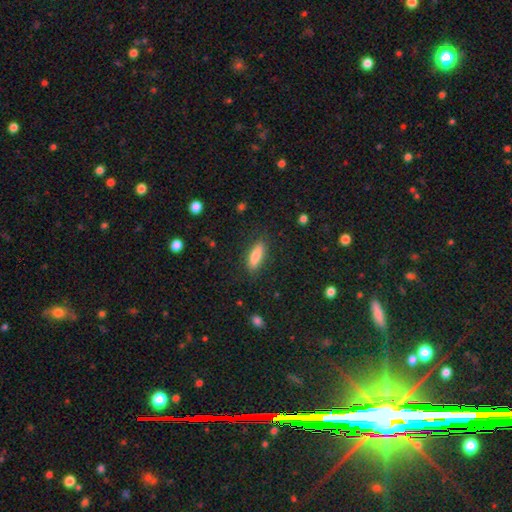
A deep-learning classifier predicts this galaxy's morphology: This appears to be a smooth galaxy with no disk features (78%) that is cigar-shaped (50%). Merging: none (85%).